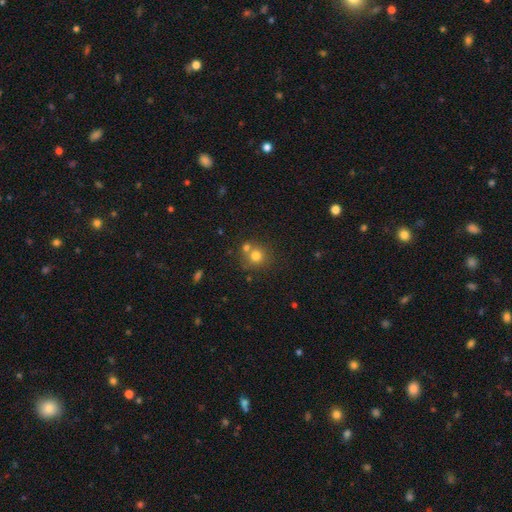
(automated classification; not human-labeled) A smooth galaxy with no disk features (76%) that is round (88%). Merging: none (56%).